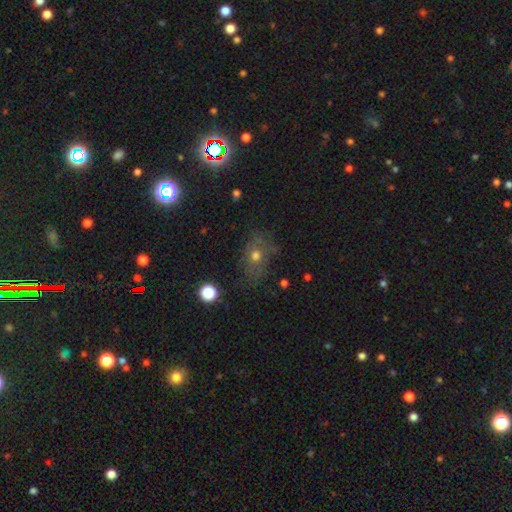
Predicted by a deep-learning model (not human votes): Morphology: type=smooth (53%); roundness=in between (59%); merging=none (65%).